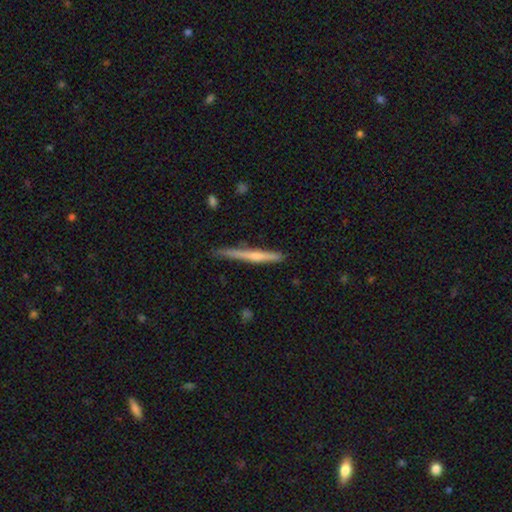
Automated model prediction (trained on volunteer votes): Smooth or featured? Predicted: featured or disk (p=0.62). Edge-on disk? Predicted: yes (p=0.97). Edge-on bulge? Predicted: rounded (p=0.59). Merging? Predicted: none (p=0.86).